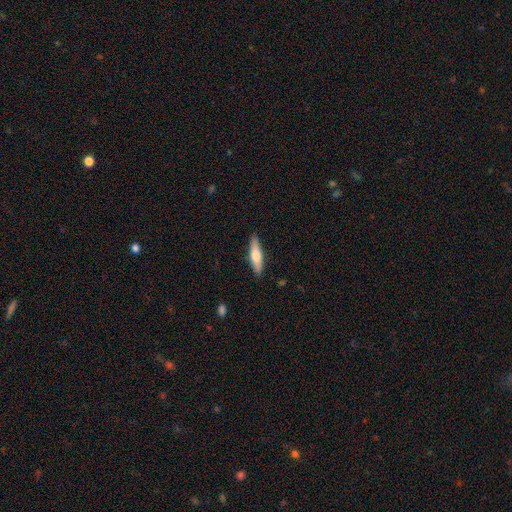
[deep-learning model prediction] This is possibly a smooth galaxy (59%). How rounded: likely cigar-shaped (72%). Merging: clearly none (88%).